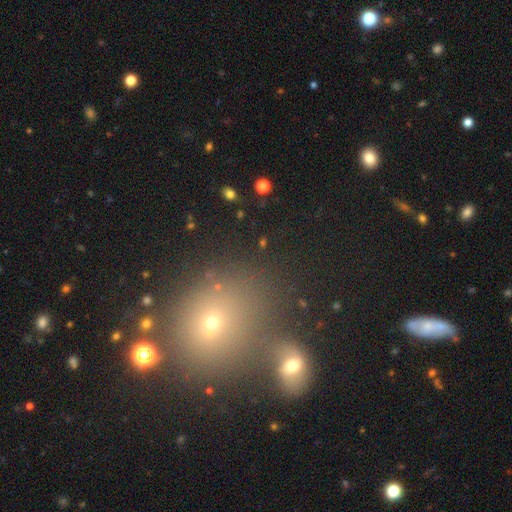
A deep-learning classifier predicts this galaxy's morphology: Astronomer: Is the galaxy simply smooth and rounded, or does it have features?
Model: smooth — 47% (runner-up: star or artifact, 39%).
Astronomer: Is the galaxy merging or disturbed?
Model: none — 69%.